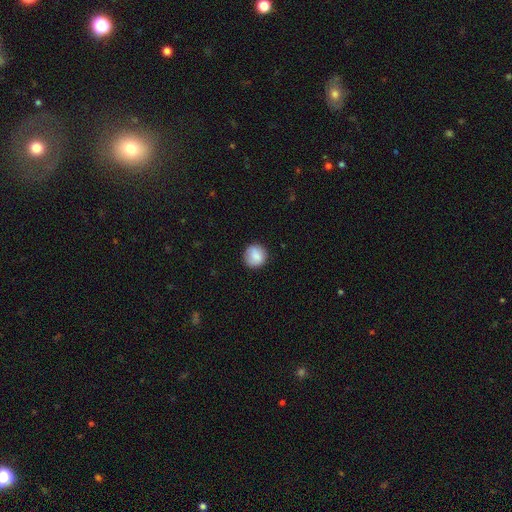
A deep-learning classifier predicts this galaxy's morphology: Q: Smooth or featured?
A: smooth (85%); runner-up: featured or disk (8%)
Q: How rounded?
A: round (92%); runner-up: in between (7%)
Q: Merging?
A: none (86%); runner-up: minor disturbance (10%)